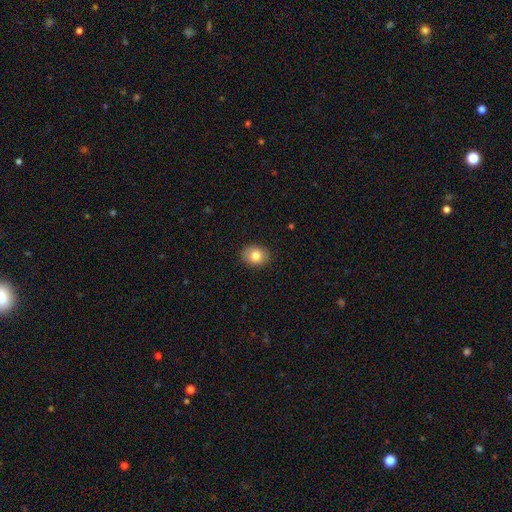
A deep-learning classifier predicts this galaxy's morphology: Overall: smooth (81%). How rounded: in between (54%; round 45%). Merging: none (88%).